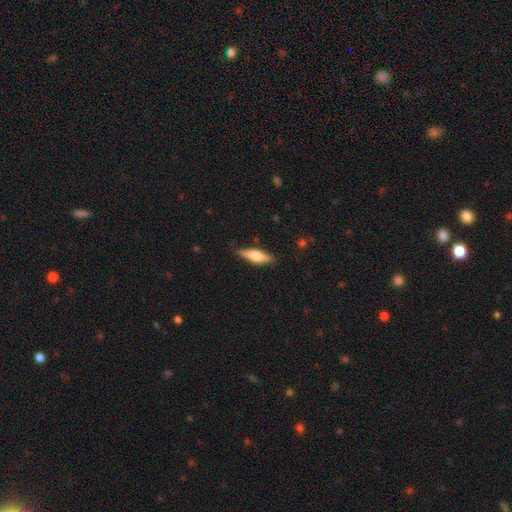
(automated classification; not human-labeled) This appears to be a smooth galaxy with no disk features (57%) that is cigar-shaped (65%). Merging: none (85%).